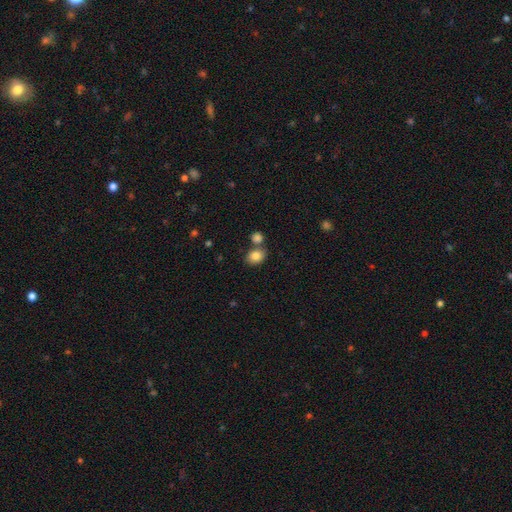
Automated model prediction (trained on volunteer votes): Morphology: type=smooth (84%); roundness=in between (56%); merging=none (62%).